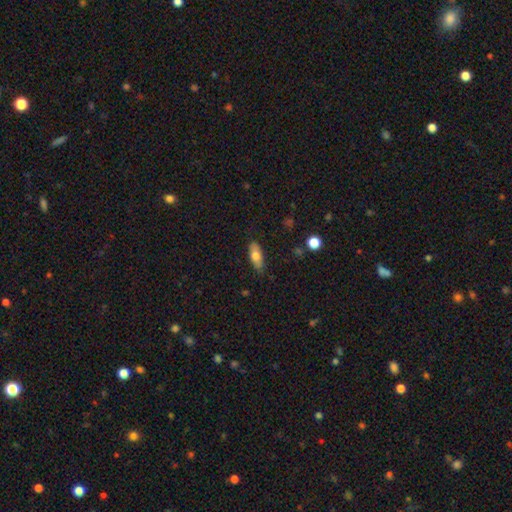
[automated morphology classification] smooth_or_featured: smooth (p=0.71) [alt: featured or disk p=0.23]
how_rounded: in between (p=0.74) [alt: cigar-shaped p=0.23]
merging: none (p=0.83) [alt: minor disturbance p=0.13]